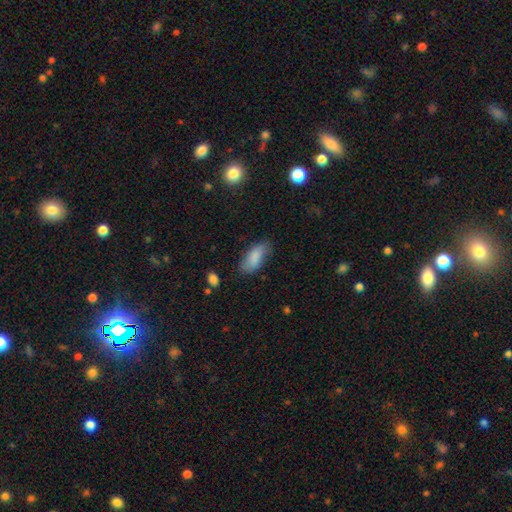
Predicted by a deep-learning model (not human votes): smooth-or-featured: smooth: 84% | featured or disk: 10% | star or artifact: 7%
  how-rounded: in between: 86% | cigar-shaped: 11% | round: 2%
  merging: none: 73% | minor disturbance: 21% | major disturbance: 5% | merger: 2%